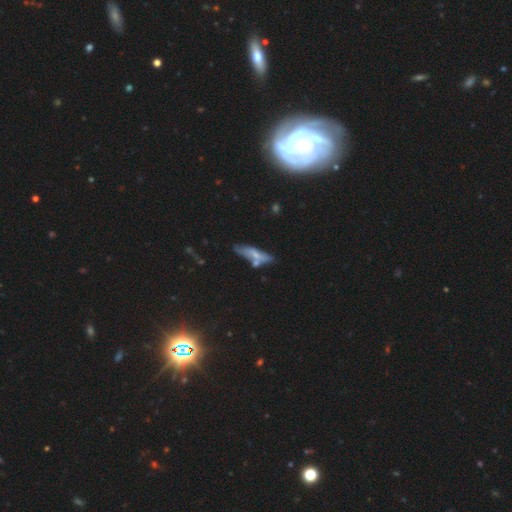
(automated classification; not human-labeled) Morphology: type=smooth (52%); roundness=cigar-shaped (61%); merging=none (51%).